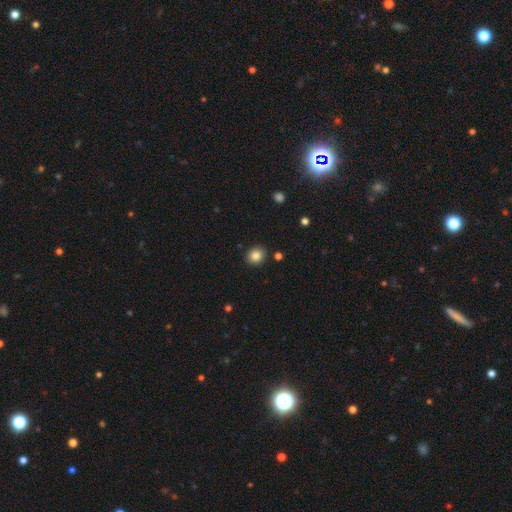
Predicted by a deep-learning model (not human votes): Overall: smooth (84%). How rounded: round (75%). Merging: none (88%).